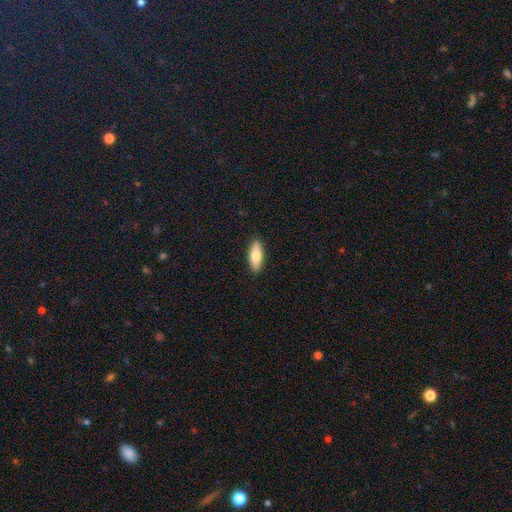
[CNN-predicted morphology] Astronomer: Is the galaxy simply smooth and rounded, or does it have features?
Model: smooth — 79%.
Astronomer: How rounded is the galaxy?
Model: in between — 67%.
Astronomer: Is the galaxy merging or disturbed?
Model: none — 90%.